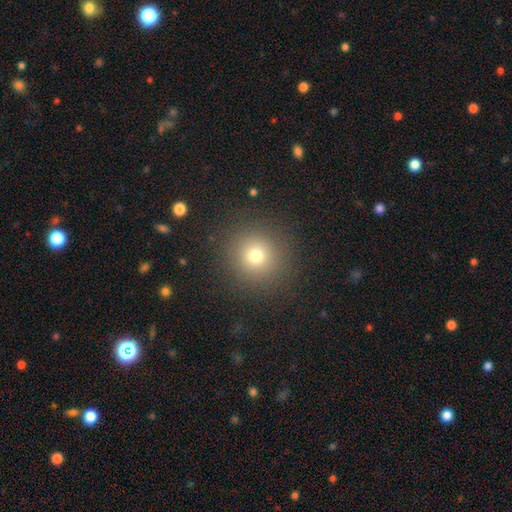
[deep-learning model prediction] This is likely a smooth galaxy (73%). How rounded: clearly round (94%). Merging: clearly none (89%).